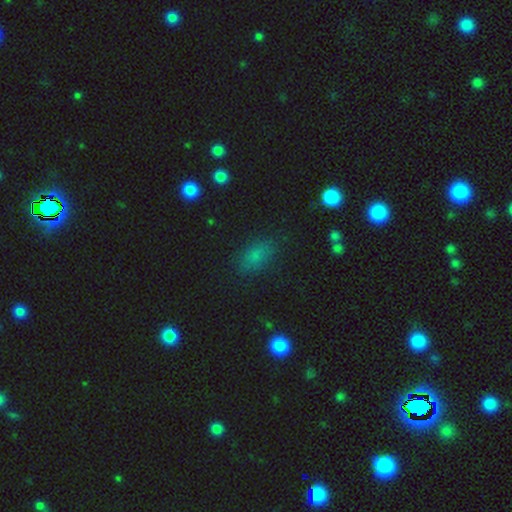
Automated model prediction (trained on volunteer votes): Smooth or featured? smooth (76%)
How rounded? in between (84%)
Merging? none (79%)